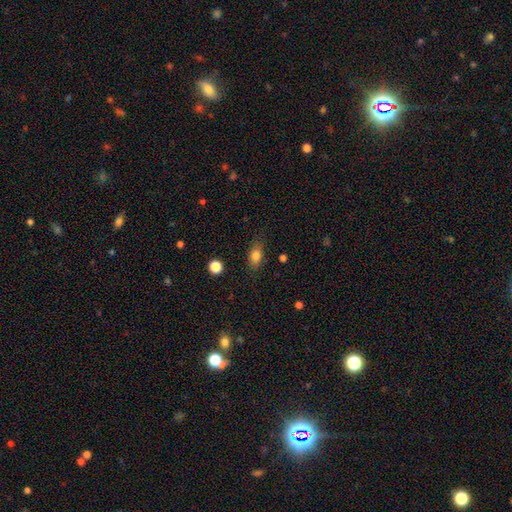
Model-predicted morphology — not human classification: Smooth or featured?
  - smooth: 81% *
  - featured or disk: 10%
  - star or artifact: 9%
How rounded?
  - in between: 81% *
  - round: 12%
  - cigar-shaped: 7%
Merging?
  - none: 80% *
  - minor disturbance: 14%
  - major disturbance: 4%
  - merger: 1%